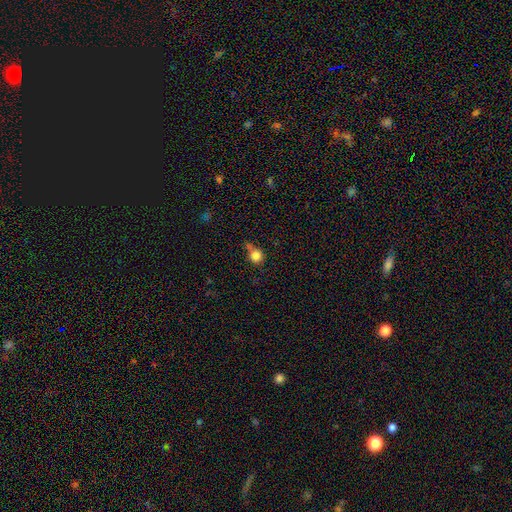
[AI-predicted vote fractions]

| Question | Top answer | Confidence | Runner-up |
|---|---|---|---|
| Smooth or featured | smooth | 81% | star or artifact (11%) |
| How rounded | round | 83% | in between (16%) |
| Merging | none | 48% | minor disturbance (27%) |